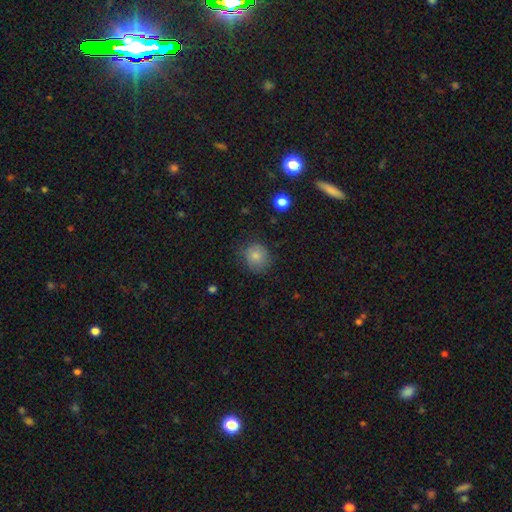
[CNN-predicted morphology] Overall: smooth (81%). How rounded: round (81%). Merging: none (72%).